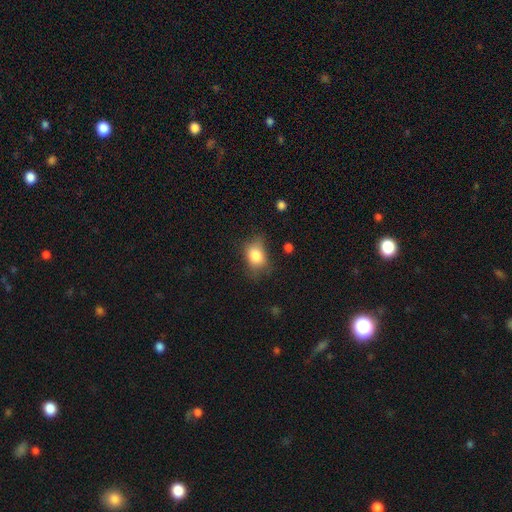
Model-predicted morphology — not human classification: A smooth galaxy with no disk features (81%) that is in between round and cigar-shaped (69%).

Vote fractions:
- Smooth or featured? smooth: 81% / featured or disk: 10% / star or artifact: 9%
- How rounded? in between: 69% / round: 29% / cigar-shaped: 1%
- Merging? none: 54% / minor disturbance: 31% / major disturbance: 12% / merger: 2%